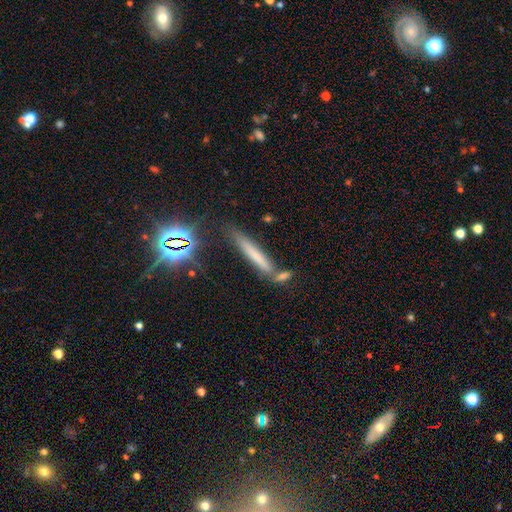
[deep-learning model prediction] A smooth galaxy with no disk features (58%) that is cigar-shaped (93%).

Vote fractions:
- Smooth or featured? smooth: 58% / featured or disk: 24% / star or artifact: 17%
- How rounded? cigar-shaped: 93% / in between: 5% / round: 2%
- Merging? none: 65% / merger: 17% / minor disturbance: 14% / major disturbance: 5%